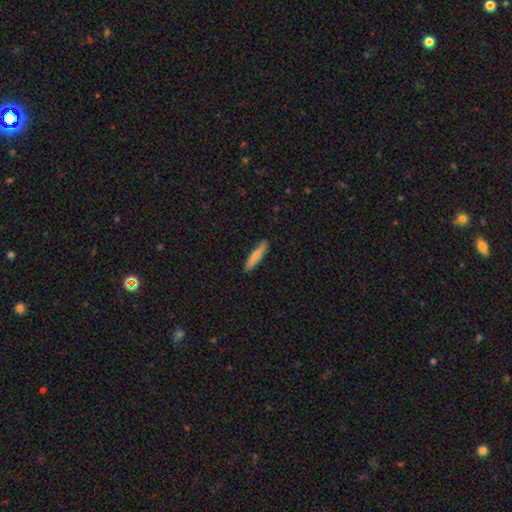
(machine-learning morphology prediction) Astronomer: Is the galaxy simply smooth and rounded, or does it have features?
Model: smooth — 75%.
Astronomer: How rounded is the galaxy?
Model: cigar-shaped — 88%.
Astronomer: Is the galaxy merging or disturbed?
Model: none — 87%.